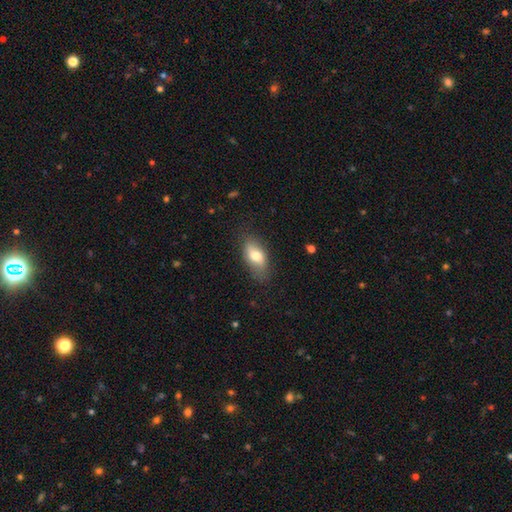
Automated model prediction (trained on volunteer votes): Smooth or featured?
  - smooth: 73% *
  - featured or disk: 20%
  - star or artifact: 7%
How rounded?
  - in between: 88% *
  - cigar-shaped: 6%
  - round: 6%
Merging?
  - none: 76% *
  - minor disturbance: 18%
  - major disturbance: 5%
  - merger: 1%